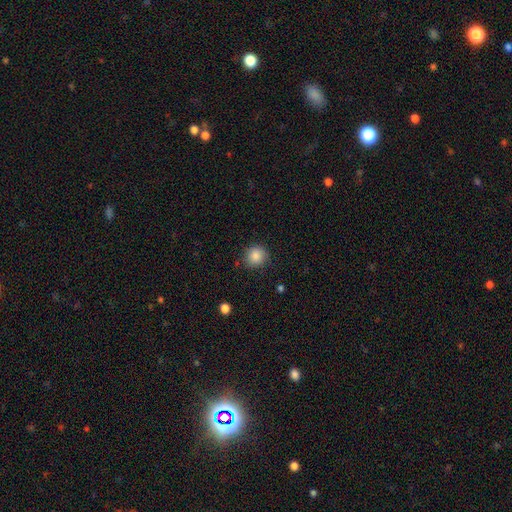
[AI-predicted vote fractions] Q: Smooth or featured?
A: smooth (86%); runner-up: star or artifact (9%)
Q: How rounded?
A: round (88%); runner-up: in between (11%)
Q: Merging?
A: none (85%); runner-up: minor disturbance (11%)